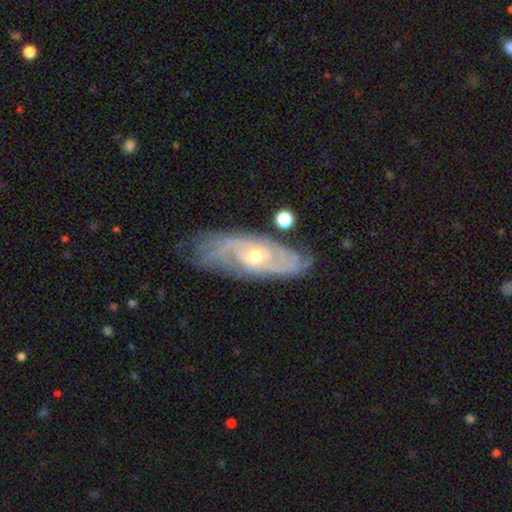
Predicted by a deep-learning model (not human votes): featured or disk 87%, smooth 8%, star or artifact 5%. Down the decision tree: edge-on disk — no (91%); bar — no (65%); spiral arms — yes (95%); spiral arm count — can't tell (31%); spiral winding — tight (62%); bulge size — small (51%); merging — none (70%).